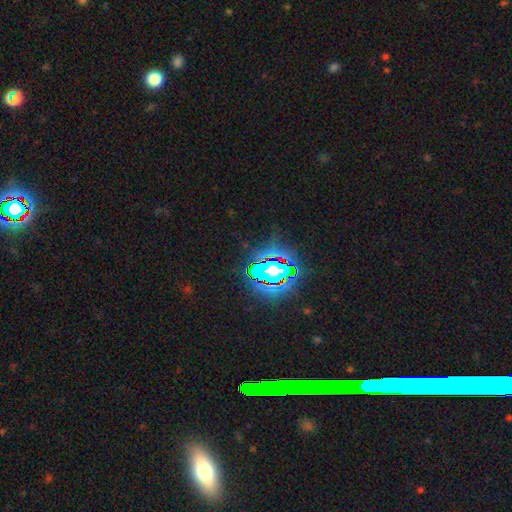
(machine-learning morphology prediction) star or artifact 77%, smooth 12%, featured or disk 11%.